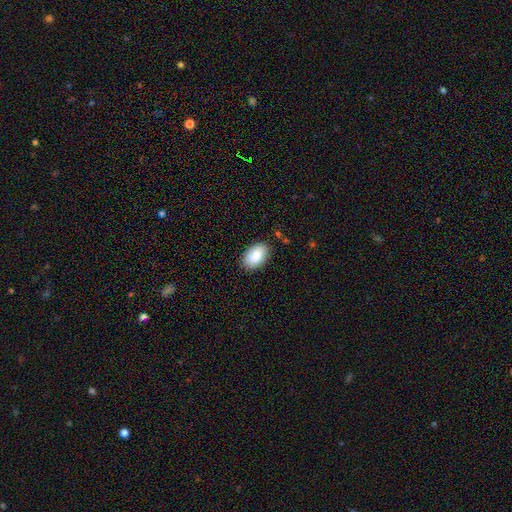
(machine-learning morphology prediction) Smooth or featured: smooth — 88% (star or artifact — 6%)
How rounded: in between — 93% (round — 6%)
Merging: none — 87% (minor disturbance — 10%)